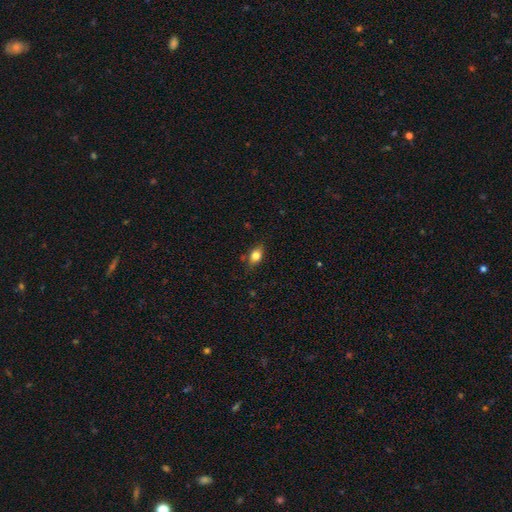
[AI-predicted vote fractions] This is likely a smooth galaxy (78%). How rounded: likely in between (75%). Merging: likely none (75%).